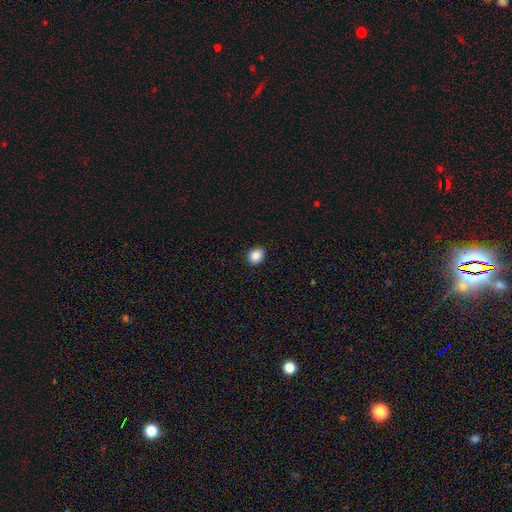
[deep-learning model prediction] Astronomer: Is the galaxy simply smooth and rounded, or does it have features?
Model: smooth — 88%.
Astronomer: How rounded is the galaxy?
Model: round — 66%.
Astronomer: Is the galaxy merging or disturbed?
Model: none — 91%.